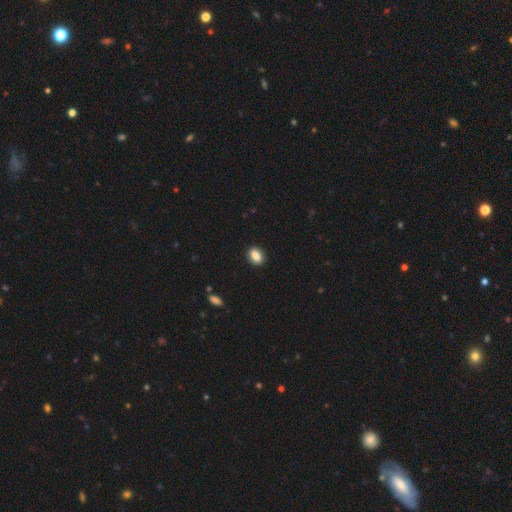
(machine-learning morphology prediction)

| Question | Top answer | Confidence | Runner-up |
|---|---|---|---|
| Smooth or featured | smooth | 85% | star or artifact (8%) |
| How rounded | in between | 72% | round (26%) |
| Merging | none | 90% | minor disturbance (7%) |